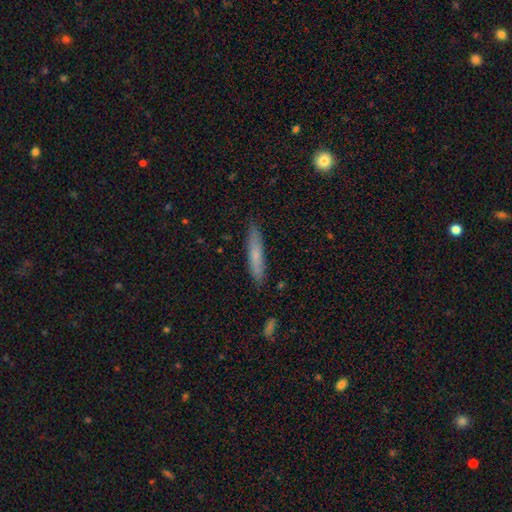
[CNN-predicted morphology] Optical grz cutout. It shows a smooth galaxy with no disk features (67%) that is cigar-shaped (92%). Merging: none (87%).